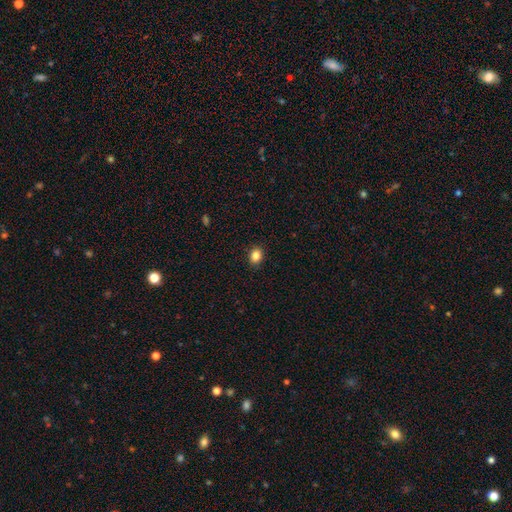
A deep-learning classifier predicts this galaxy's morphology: Smooth or featured? smooth (86%)
How rounded? in between (54%)
Merging? none (90%)